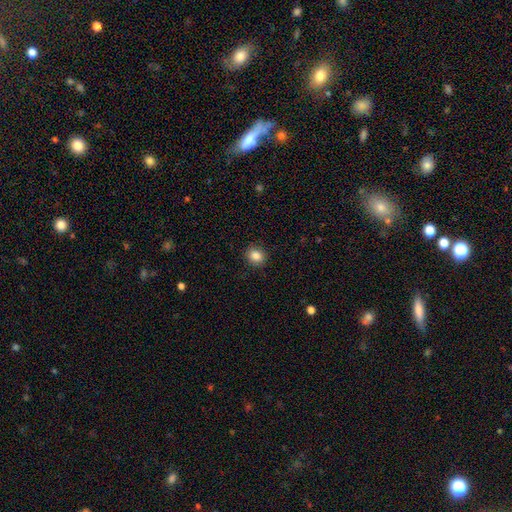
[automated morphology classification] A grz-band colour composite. It shows a smooth galaxy with no disk features (86%) that is round (72%). Merging: none (90%).